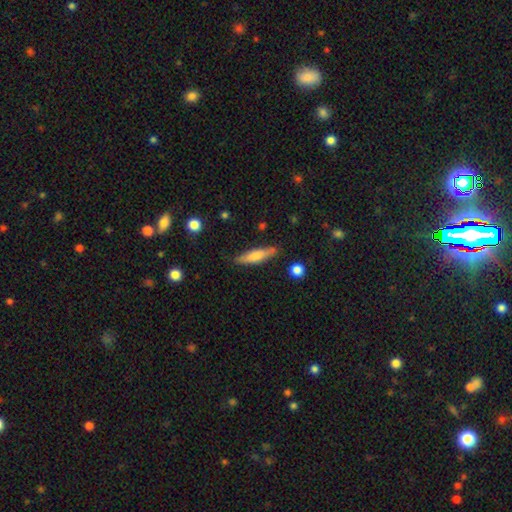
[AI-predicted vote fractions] Smooth or featured?
  - smooth: 60% *
  - featured or disk: 34%
  - star or artifact: 6%
How rounded?
  - cigar-shaped: 79% *
  - in between: 20%
  - round: 2%
Merging?
  - none: 83% *
  - minor disturbance: 12%
  - major disturbance: 3%
  - merger: 2%